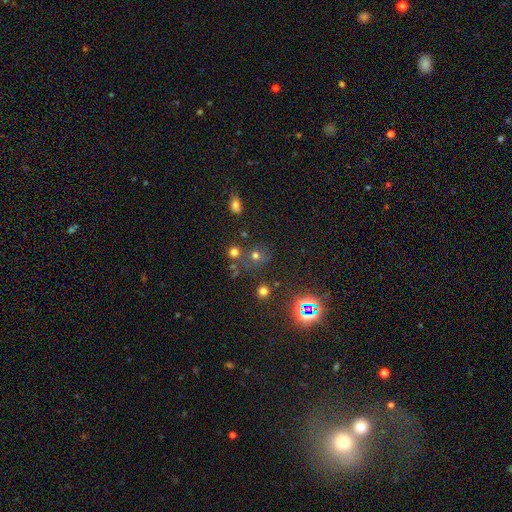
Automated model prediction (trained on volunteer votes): A smooth galaxy with no disk features (60%) that is round (81%).

Vote fractions:
- Smooth or featured? smooth: 60% / star or artifact: 30% / featured or disk: 10%
- How rounded? round: 81% / in between: 18% / cigar-shaped: 1%
- Merging? none: 65% / merger: 18% / minor disturbance: 11% / major disturbance: 6%